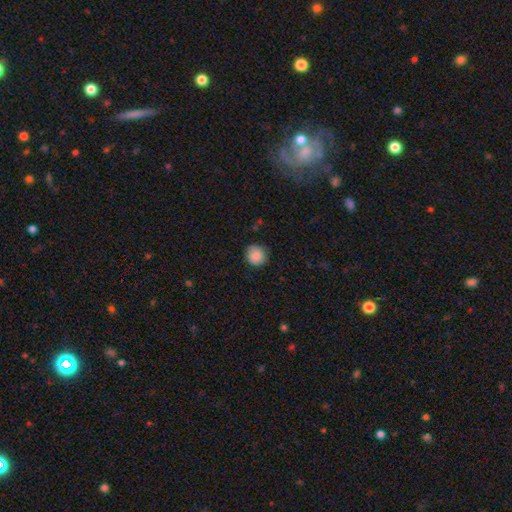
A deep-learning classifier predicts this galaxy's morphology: A smooth galaxy with no disk features (85%) that is round (92%).

Vote fractions:
- Smooth or featured? smooth: 85% / star or artifact: 8% / featured or disk: 7%
- How rounded? round: 92% / in between: 7% / cigar-shaped: 1%
- Merging? none: 82% / minor disturbance: 14% / major disturbance: 3% / merger: 1%